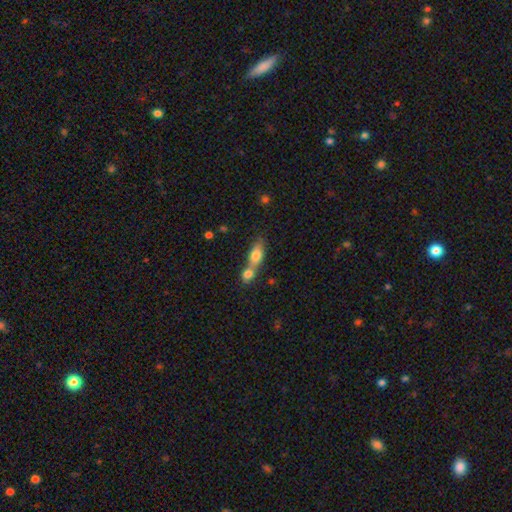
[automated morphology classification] This is likely a smooth galaxy (74%). How rounded: likely in between (71%). Merging: likely merger (66%).